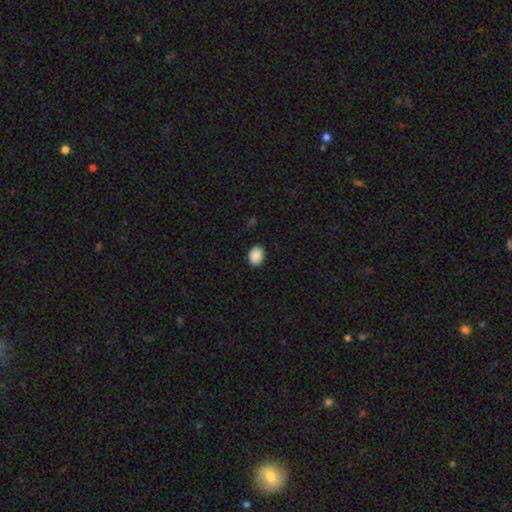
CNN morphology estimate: Overall: smooth (90%). How rounded: in between (59%; round 40%). Merging: none (89%).